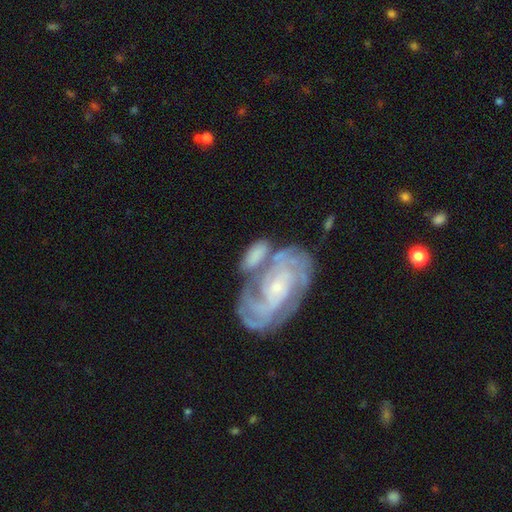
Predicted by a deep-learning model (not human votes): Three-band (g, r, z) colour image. It shows a featured or disk galaxy (55%) with no bar (59%), spiral arms (85%) and a small central bulge (66%). Merging: none (38%).